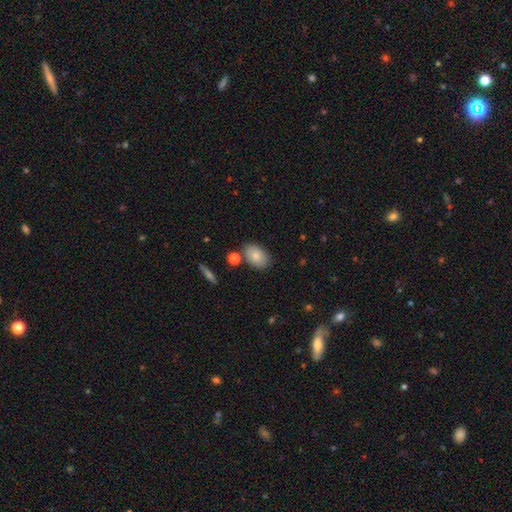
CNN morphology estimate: Q: Smooth or featured?
A: smooth (83%); runner-up: featured or disk (9%)
Q: How rounded?
A: in between (90%); runner-up: round (9%)
Q: Merging?
A: none (78%); runner-up: minor disturbance (12%)